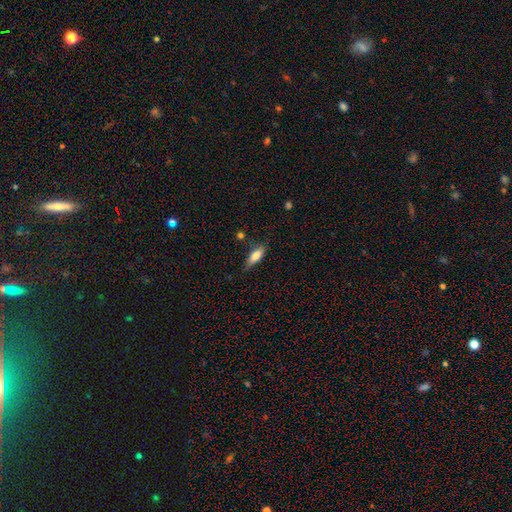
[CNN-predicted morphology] smooth_or_featured: smooth (p=0.73) [alt: featured or disk p=0.20]
how_rounded: in between (p=0.60) [alt: cigar-shaped p=0.37]
merging: none (p=0.69) [alt: minor disturbance p=0.23]